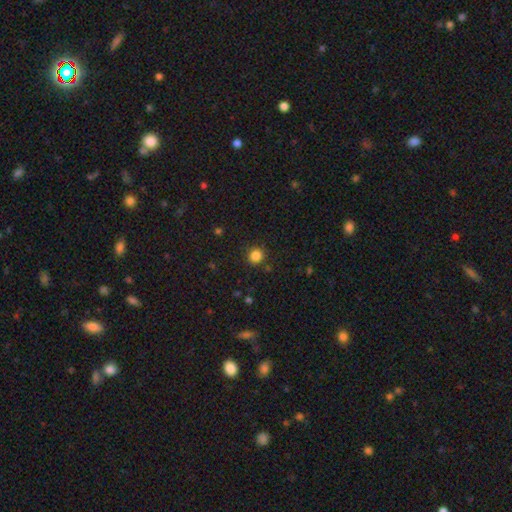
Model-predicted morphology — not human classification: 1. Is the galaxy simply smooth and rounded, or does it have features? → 84% smooth, 12% star or artifact, 3% featured or disk.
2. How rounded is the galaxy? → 90% round, 9% in between, 1% cigar-shaped.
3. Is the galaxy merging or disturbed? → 89% none, 7% minor disturbance, 2% major disturbance, 2% merger.